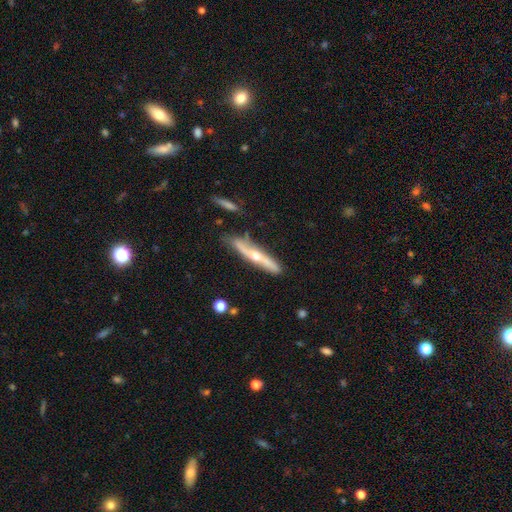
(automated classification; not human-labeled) Overall: featured or disk (68%). Edge-on disk: yes (77%). Edge-on bulge: rounded (85%). Merging: none (73%).